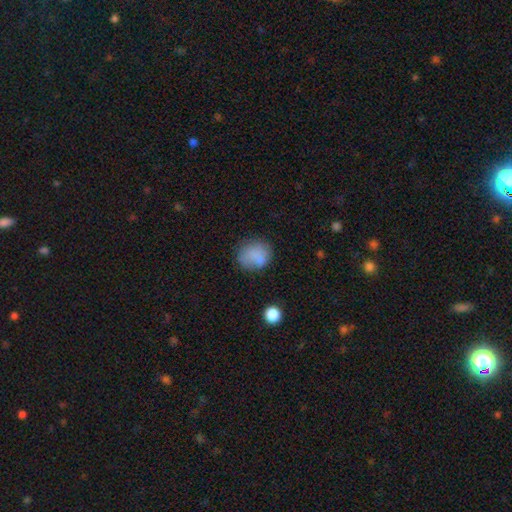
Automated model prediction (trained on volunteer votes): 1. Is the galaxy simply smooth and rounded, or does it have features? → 80% smooth, 10% featured or disk, 10% star or artifact.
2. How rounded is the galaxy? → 70% round, 29% in between, 1% cigar-shaped.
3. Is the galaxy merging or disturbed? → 66% none, 21% minor disturbance, 8% major disturbance, 4% merger.